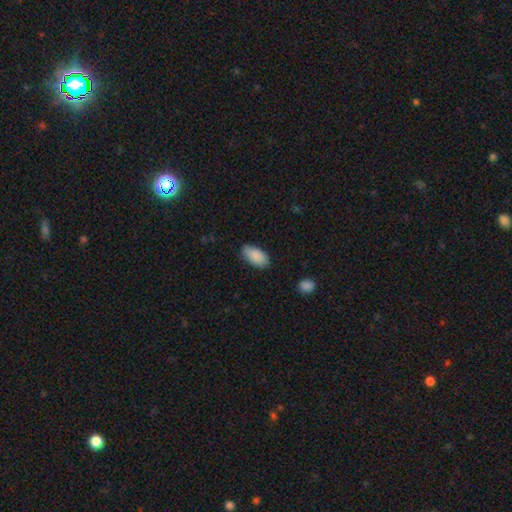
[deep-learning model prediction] Q: Smooth or featured?
A: smooth (89%); runner-up: star or artifact (6%)
Q: How rounded?
A: in between (94%); runner-up: cigar-shaped (4%)
Q: Merging?
A: none (78%); runner-up: minor disturbance (17%)